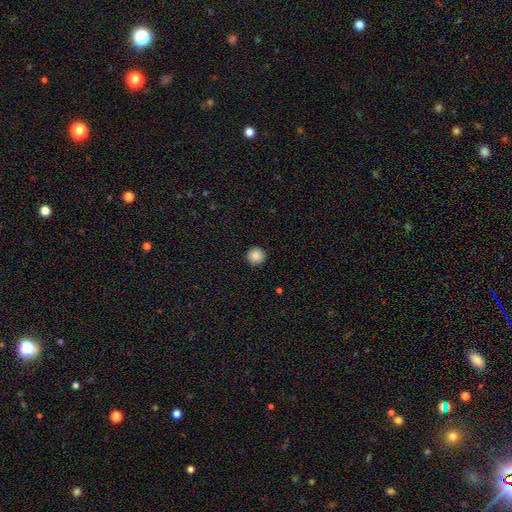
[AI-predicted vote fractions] This appears to be a smooth galaxy with no disk features (88%) that is round (96%). Merging: none (93%).